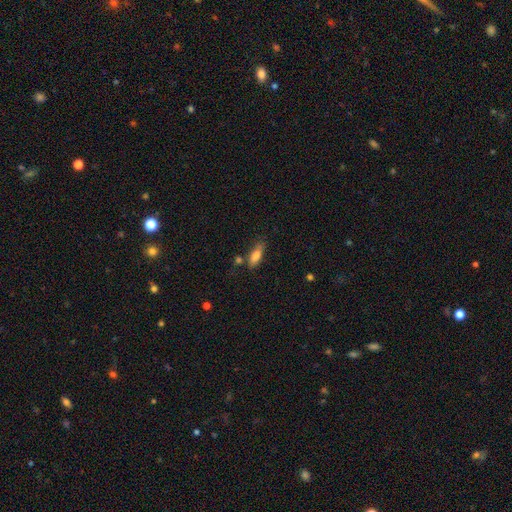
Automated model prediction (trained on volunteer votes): The model was most divided on "how rounded": in between: 63%, cigar-shaped: 34%, round: 3%. More confident: smooth or featured — smooth (78%); merging — none (65%).